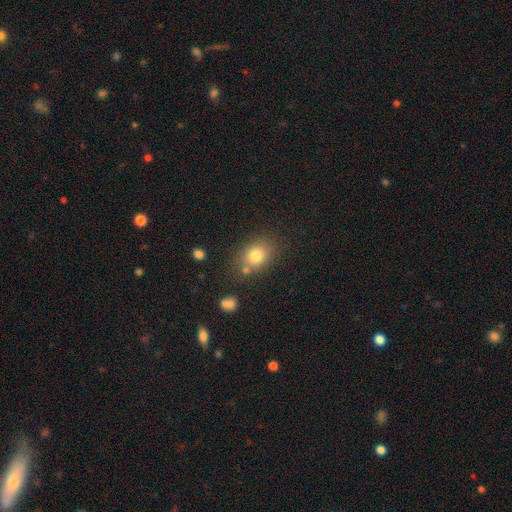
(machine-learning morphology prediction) Smooth or featured? smooth (79%)
How rounded? in between (56%)
Merging? none (71%)